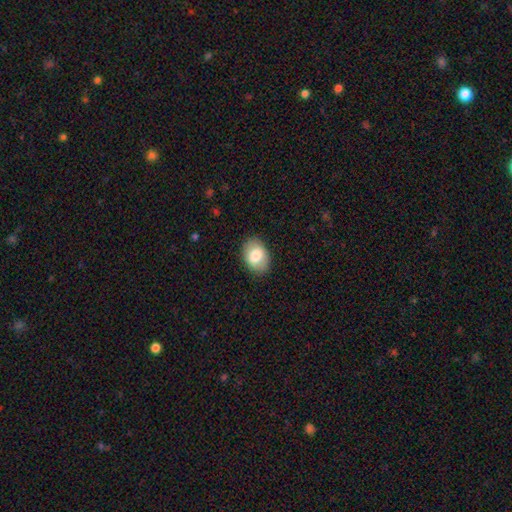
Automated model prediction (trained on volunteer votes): Smooth or featured?
  - smooth: 78% *
  - featured or disk: 15%
  - star or artifact: 7%
How rounded?
  - in between: 80% *
  - round: 19%
  - cigar-shaped: 1%
Merging?
  - none: 87% *
  - minor disturbance: 10%
  - major disturbance: 3%
  - merger: 1%